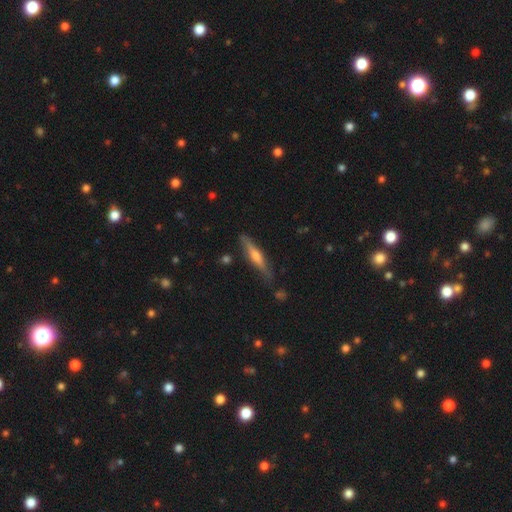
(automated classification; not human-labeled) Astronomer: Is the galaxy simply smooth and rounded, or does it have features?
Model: featured or disk — 58% (runner-up: smooth, 36%).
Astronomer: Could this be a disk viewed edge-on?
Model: yes — 94%.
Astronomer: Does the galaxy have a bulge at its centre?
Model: rounded — 75%.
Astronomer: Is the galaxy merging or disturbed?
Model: none — 82%.